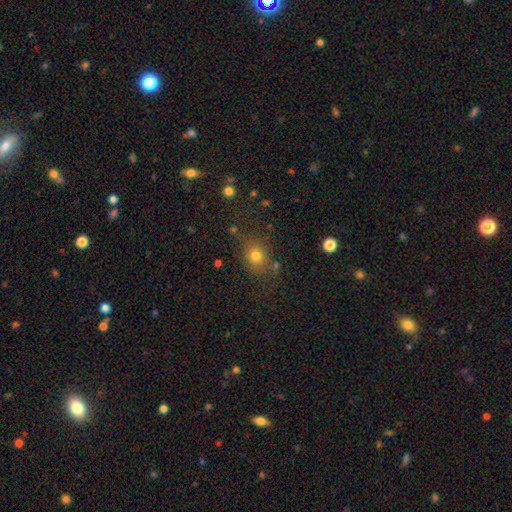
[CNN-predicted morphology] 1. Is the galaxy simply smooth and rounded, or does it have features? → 75% smooth, 15% star or artifact, 9% featured or disk.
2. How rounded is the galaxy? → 60% round, 38% in between, 1% cigar-shaped.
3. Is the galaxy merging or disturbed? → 73% none, 15% minor disturbance, 7% major disturbance, 5% merger.